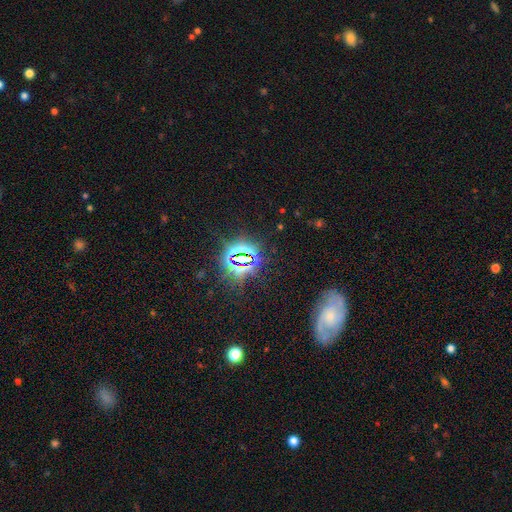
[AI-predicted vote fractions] Morphology: type=star or artifact (65%).